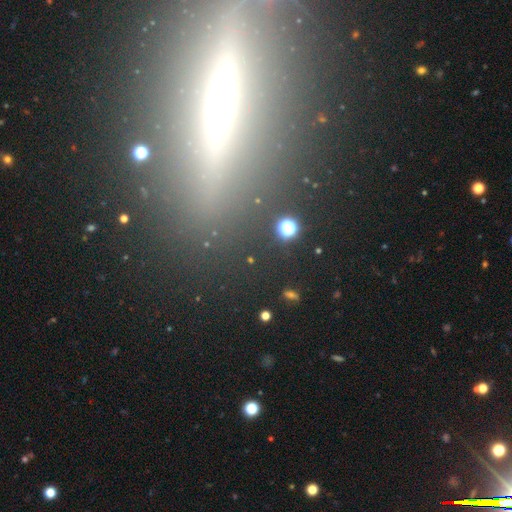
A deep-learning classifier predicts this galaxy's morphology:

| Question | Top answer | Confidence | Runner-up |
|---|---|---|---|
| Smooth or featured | featured or disk | 62% | star or artifact (20%) |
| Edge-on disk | yes | 87% | no (13%) |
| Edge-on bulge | rounded | 72% | none (19%) |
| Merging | none | 85% | minor disturbance (9%) |